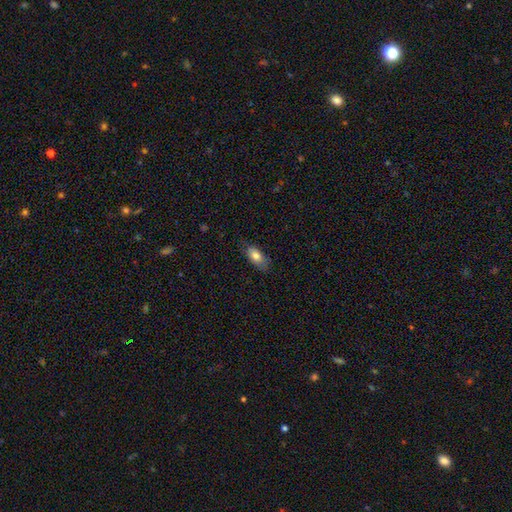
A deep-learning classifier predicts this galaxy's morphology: smooth-or-featured: smooth: 78% | featured or disk: 15% | star or artifact: 7%
  how-rounded: in between: 86% | cigar-shaped: 10% | round: 3%
  merging: none: 75% | minor disturbance: 19% | major disturbance: 4% | merger: 1%